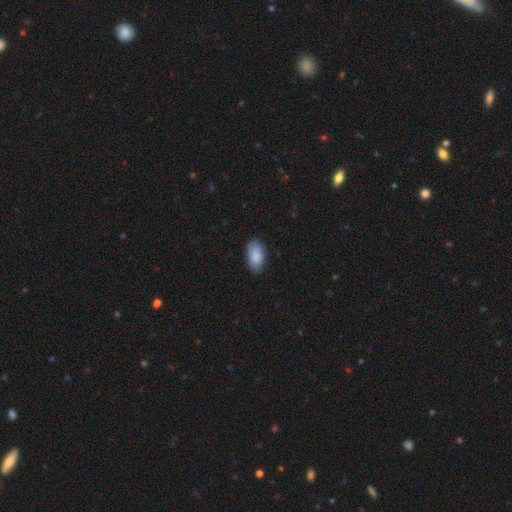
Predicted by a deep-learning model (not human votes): Morphology: type=smooth (88%); roundness=in between (94%); merging=none (83%).